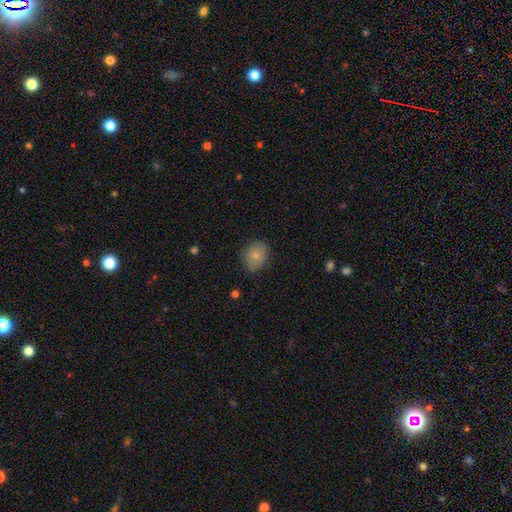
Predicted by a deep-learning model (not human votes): Q: Smooth or featured?
A: smooth (83%); runner-up: star or artifact (9%)
Q: How rounded?
A: round (68%); runner-up: in between (31%)
Q: Merging?
A: none (83%); runner-up: minor disturbance (13%)